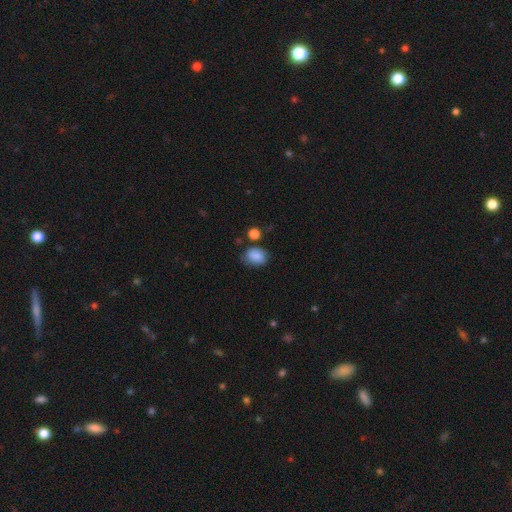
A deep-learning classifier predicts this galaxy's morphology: This is clearly a smooth galaxy (83%). How rounded: likely in between (63%). Merging: likely none (66%).